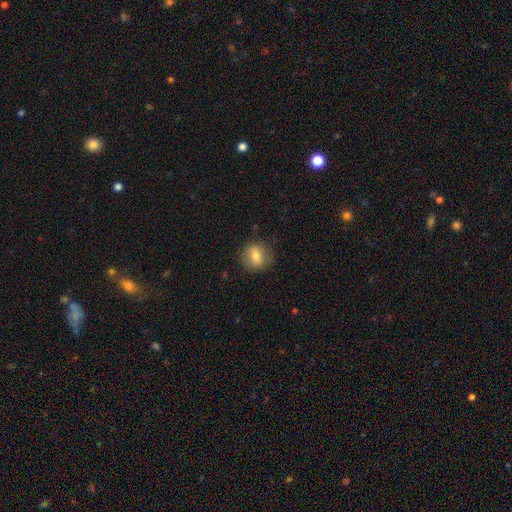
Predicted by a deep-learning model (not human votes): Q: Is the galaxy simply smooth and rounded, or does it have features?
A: smooth — 69%.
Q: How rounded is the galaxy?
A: round — 64%.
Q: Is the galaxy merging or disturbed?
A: none — 83%.